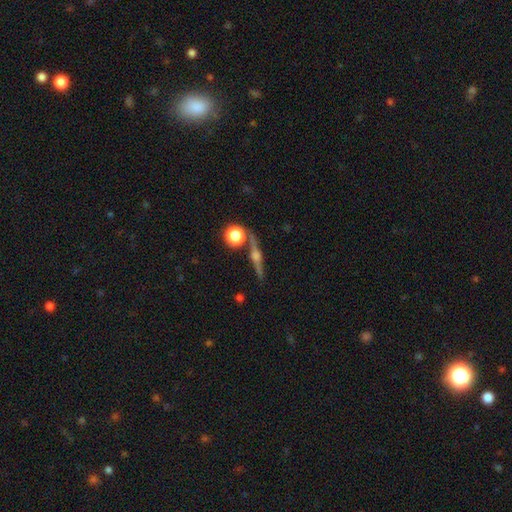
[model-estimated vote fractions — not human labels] Overall: featured or disk (79%). Edge-on disk: yes (97%). Edge-on bulge: rounded (92%). Merging: none (85%).